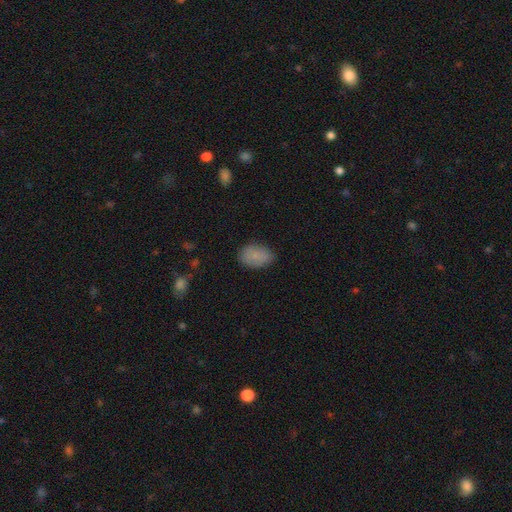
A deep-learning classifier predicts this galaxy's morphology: A smooth galaxy with no disk features (85%) that is in between round and cigar-shaped (87%).

Vote fractions:
- Smooth or featured? smooth: 85% / star or artifact: 9% / featured or disk: 7%
- How rounded? in between: 87% / round: 11% / cigar-shaped: 1%
- Merging? none: 79% / minor disturbance: 16% / major disturbance: 4% / merger: 1%